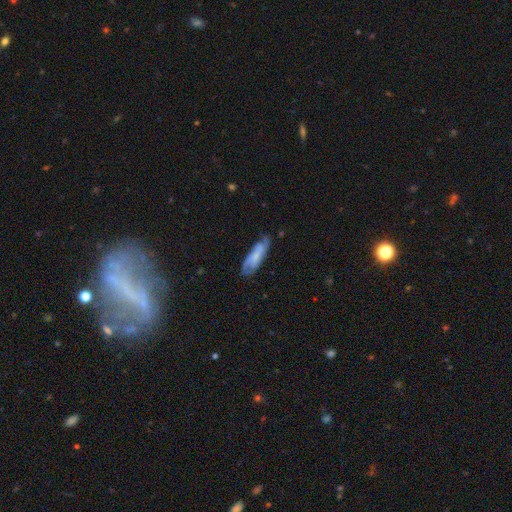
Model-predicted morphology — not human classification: This is possibly a featured or disk galaxy (48%). Merging: likely none (67%).